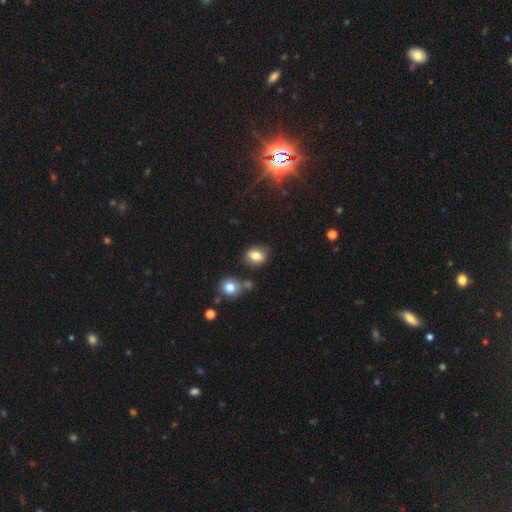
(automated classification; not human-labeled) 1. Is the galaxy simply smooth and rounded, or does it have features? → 80% smooth, 10% star or artifact, 9% featured or disk.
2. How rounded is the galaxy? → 50% in between, 49% round, 1% cigar-shaped.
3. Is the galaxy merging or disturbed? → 77% none, 13% minor disturbance, 7% merger, 3% major disturbance.